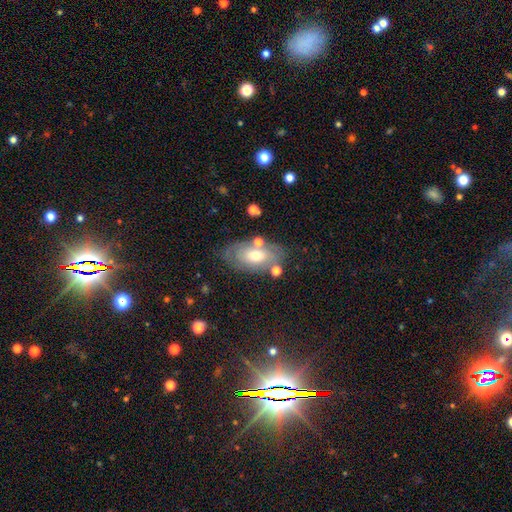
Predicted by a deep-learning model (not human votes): A featured or disk galaxy (50%).

Vote fractions:
- Smooth or featured? featured or disk: 50% / smooth: 42% / star or artifact: 8%
- Merging? none: 67% / minor disturbance: 19% / major disturbance: 8% / merger: 7%